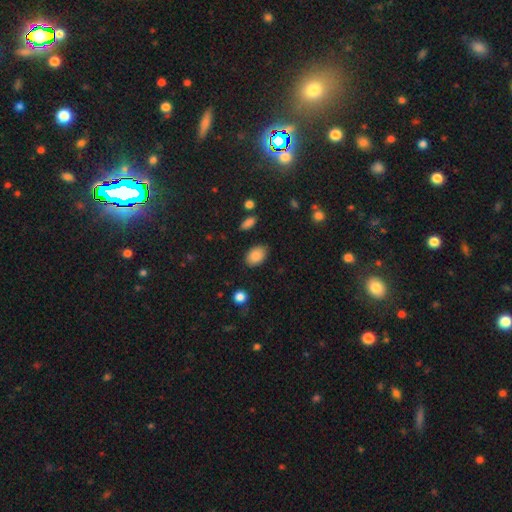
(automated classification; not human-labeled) This is clearly a smooth galaxy (86%). How rounded: clearly in between (85%). Merging: clearly none (83%).